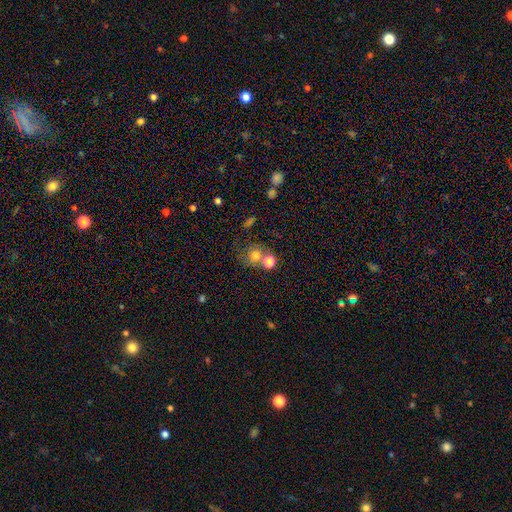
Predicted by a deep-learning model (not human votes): Smooth or featured? Predicted: smooth (p=0.68). How rounded? Predicted: round (p=0.80). Merging? Predicted: none (p=0.43).